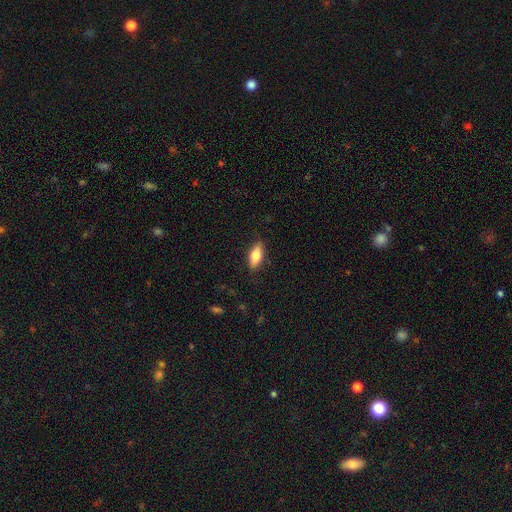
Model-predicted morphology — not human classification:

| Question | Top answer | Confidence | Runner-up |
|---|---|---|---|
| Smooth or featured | smooth | 74% | featured or disk (19%) |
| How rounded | in between | 76% | cigar-shaped (21%) |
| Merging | none | 85% | minor disturbance (11%) |